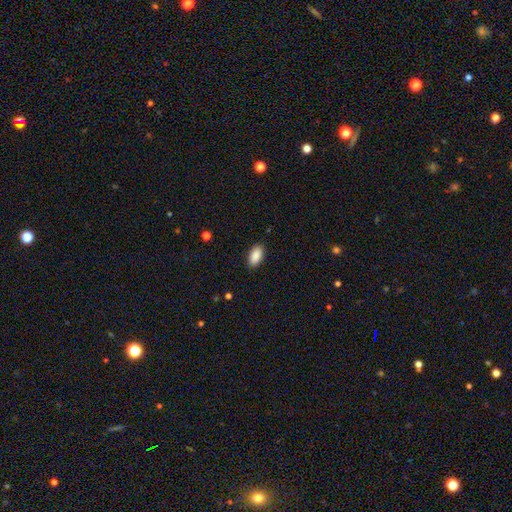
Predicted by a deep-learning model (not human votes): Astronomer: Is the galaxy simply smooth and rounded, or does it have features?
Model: smooth — 90%.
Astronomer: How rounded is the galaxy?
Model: in between — 94%.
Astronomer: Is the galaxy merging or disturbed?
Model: none — 89%.